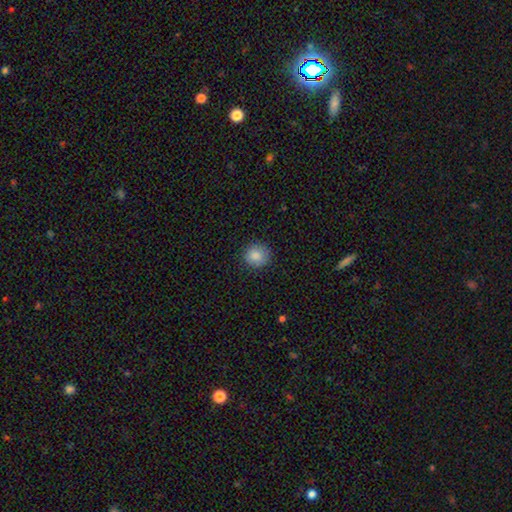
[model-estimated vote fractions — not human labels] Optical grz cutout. It shows a smooth galaxy with no disk features (86%) that is round (91%). Merging: none (89%).